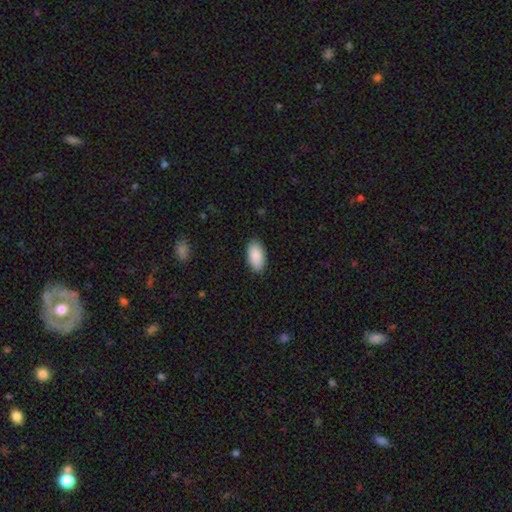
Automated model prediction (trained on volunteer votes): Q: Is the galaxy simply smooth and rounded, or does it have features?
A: smooth — 90%.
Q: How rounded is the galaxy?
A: in between — 95%.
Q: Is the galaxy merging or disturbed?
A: none — 88%.